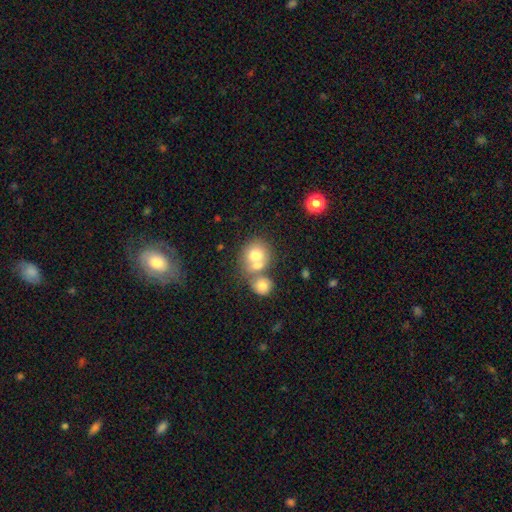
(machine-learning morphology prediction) Smooth or featured: smooth — 71% (featured or disk — 19%)
How rounded: round — 79% (in between — 20%)
Merging: merger — 51% (none — 37%)